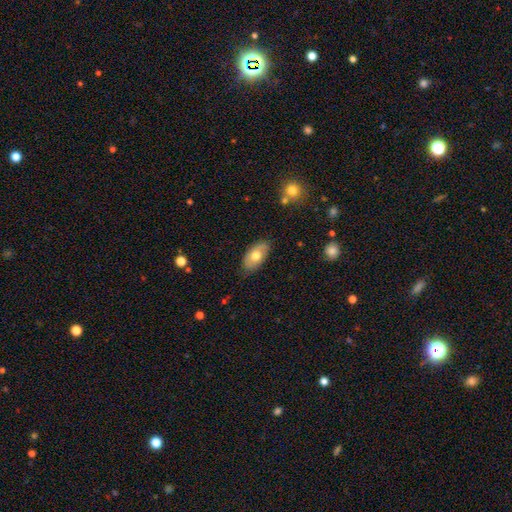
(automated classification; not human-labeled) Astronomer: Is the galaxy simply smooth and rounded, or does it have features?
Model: smooth — 68%.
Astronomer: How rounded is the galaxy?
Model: in between — 93%.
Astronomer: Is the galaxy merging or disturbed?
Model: none — 80%.